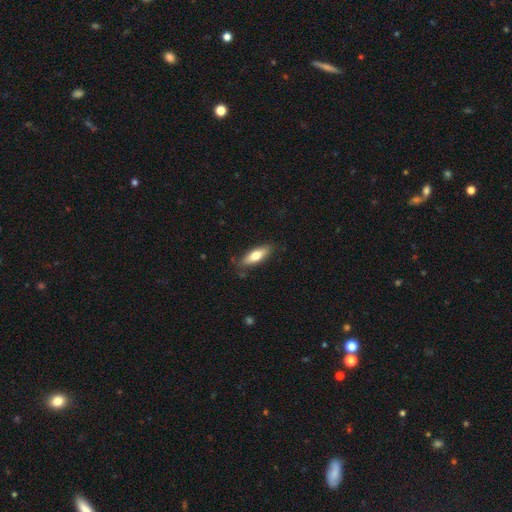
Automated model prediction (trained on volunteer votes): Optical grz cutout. It shows a smooth galaxy with no disk features (71%) that is in between round and cigar-shaped (62%). Merging: none (81%).